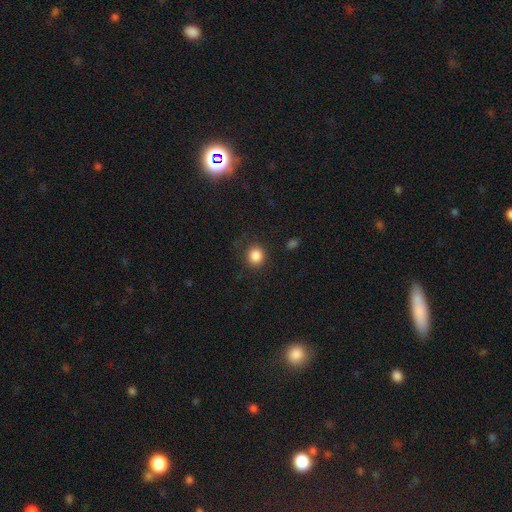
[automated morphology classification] The model was most divided on "how rounded": round: 82%, in between: 17%, cigar-shaped: 1%. More confident: smooth or featured — smooth (85%); merging — none (85%).